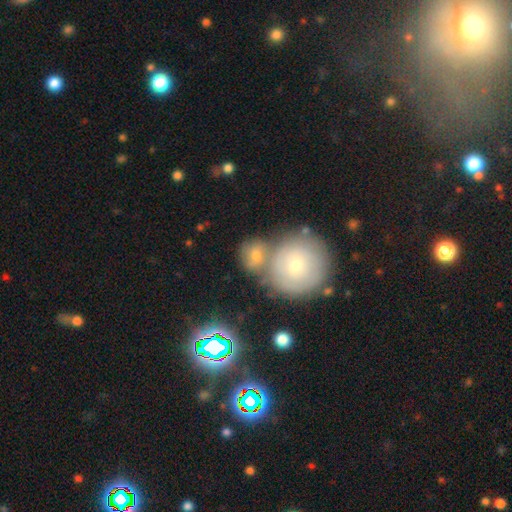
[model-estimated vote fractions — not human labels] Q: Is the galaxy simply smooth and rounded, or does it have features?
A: smooth — 60%.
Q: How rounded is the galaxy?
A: round — 82%.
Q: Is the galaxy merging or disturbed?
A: none — 44%.